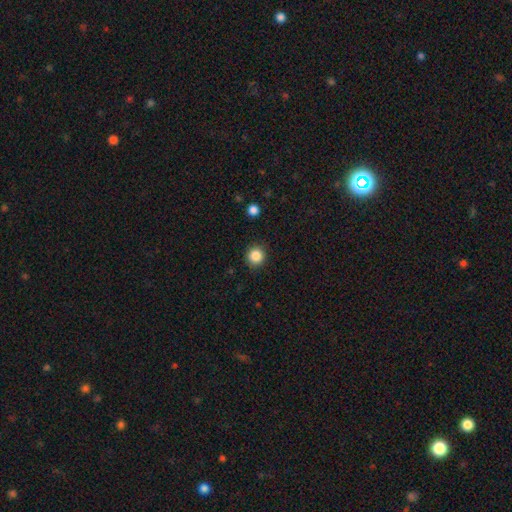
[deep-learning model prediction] The model was most divided on "smooth or featured": smooth: 86%, star or artifact: 10%, featured or disk: 3%. More confident: how rounded — round (93%); merging — none (91%).